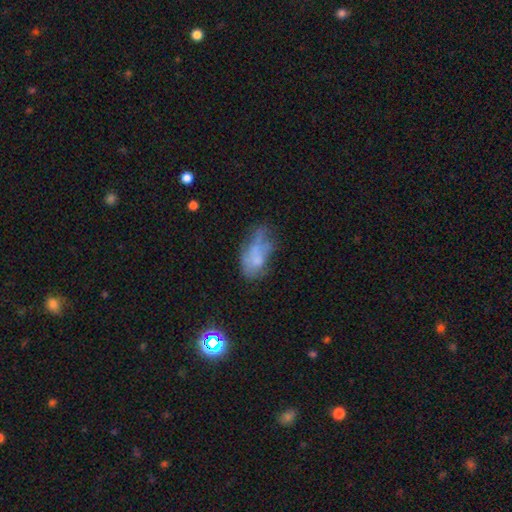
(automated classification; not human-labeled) Smooth or featured? Predicted: smooth (p=0.51). How rounded? Predicted: in between (p=0.87). Merging? Predicted: none (p=0.33).